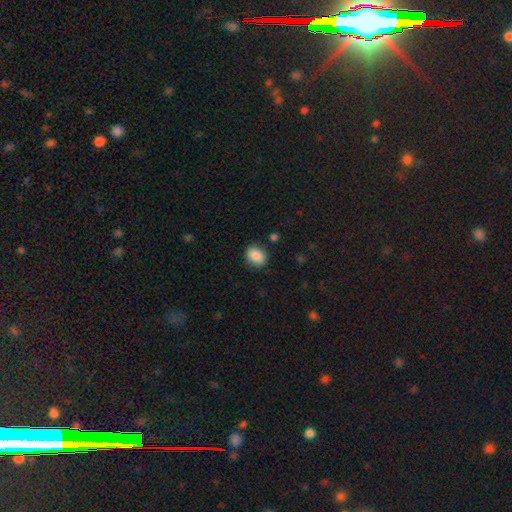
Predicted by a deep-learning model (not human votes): Overall: smooth (86%). How rounded: in between (54%; round 45%). Merging: none (84%).